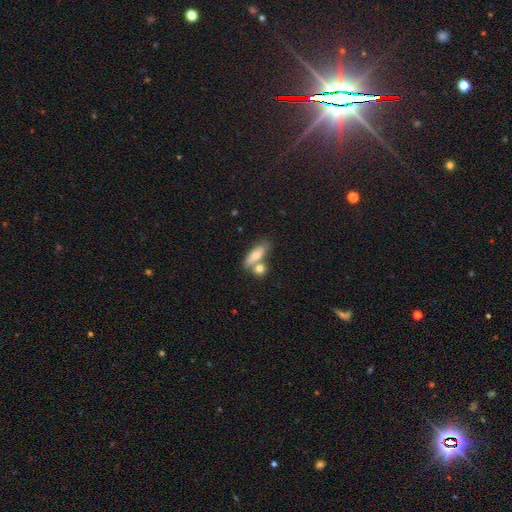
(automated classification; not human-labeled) smooth 70%, featured or disk 23%, star or artifact 7%. Down the decision tree: how rounded — in between (61%); merging — none (47%).